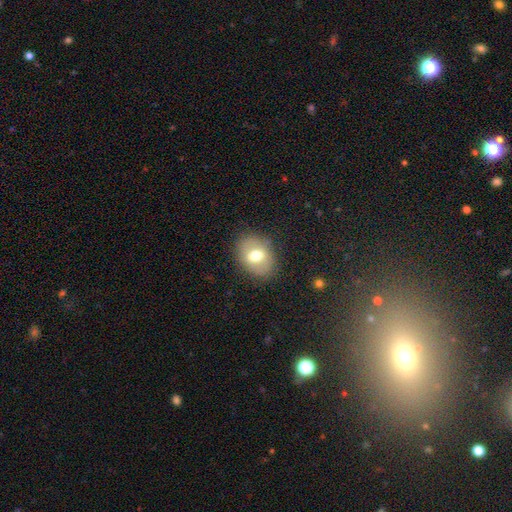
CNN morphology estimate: This appears to be a smooth galaxy with no disk features (63%) that is in between round and cigar-shaped (65%). Merging: none (81%).